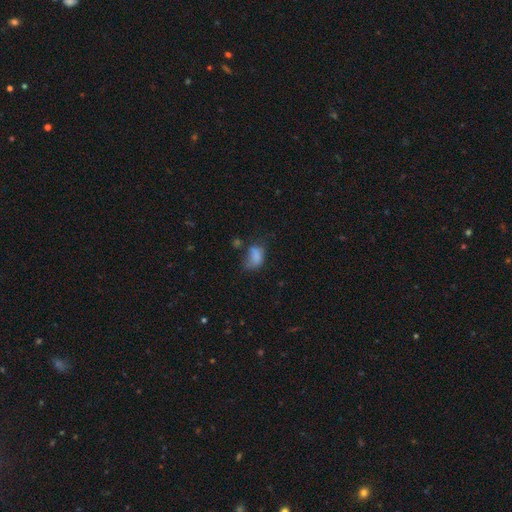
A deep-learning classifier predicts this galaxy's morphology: Smooth or featured?
  - smooth: 72% *
  - featured or disk: 15%
  - star or artifact: 13%
How rounded?
  - in between: 85% *
  - round: 13%
  - cigar-shaped: 2%
Merging?
  - major disturbance: 31% * (tied)
  - minor disturbance: 31% * (tied)
  - none: 29%
  - merger: 9%